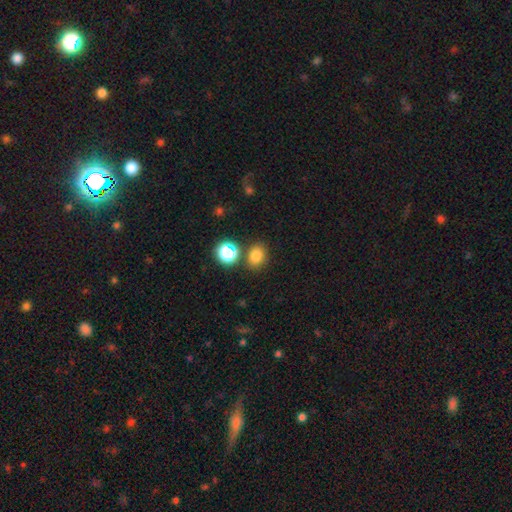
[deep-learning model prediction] smooth_or_featured: smooth (p=0.79) [alt: star or artifact p=0.15]
how_rounded: round (p=0.57) [alt: in between p=0.42]
merging: none (p=0.76) [alt: merger p=0.11]